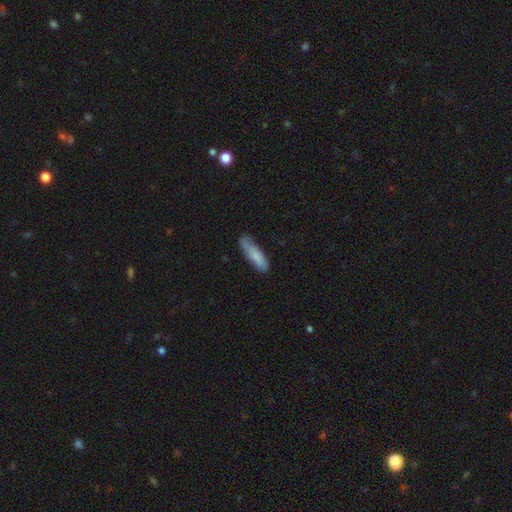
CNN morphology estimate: A smooth galaxy with no disk features (81%) that is cigar-shaped (64%). Merging: none (64%).